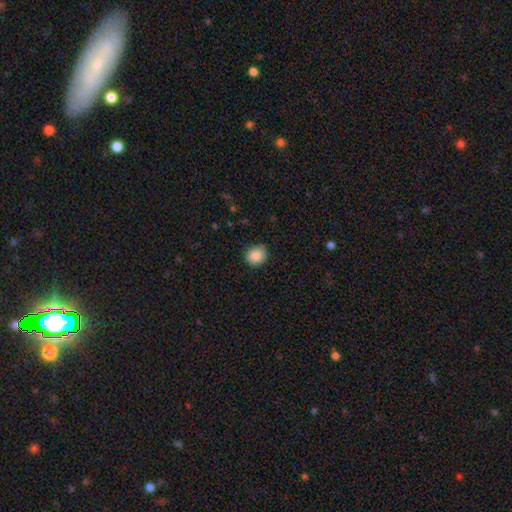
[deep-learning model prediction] This appears to be a smooth galaxy with no disk features (87%) that is round (78%). Merging: none (84%).